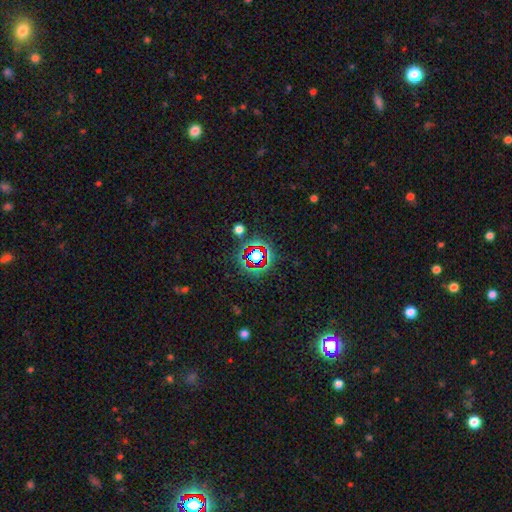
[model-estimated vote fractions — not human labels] Smooth or featured?
  - star or artifact: 69% *
  - smooth: 19%
  - featured or disk: 12%